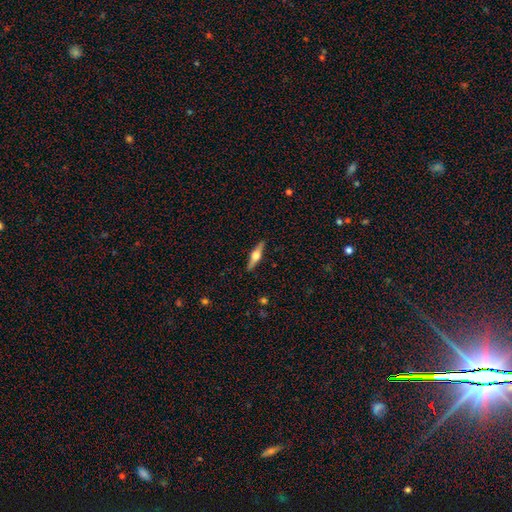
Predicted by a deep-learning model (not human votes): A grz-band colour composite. It shows a featured or disk galaxy (68%) viewed edge-on (97%) with a rounded central bulge (95%). Merging: none (91%).